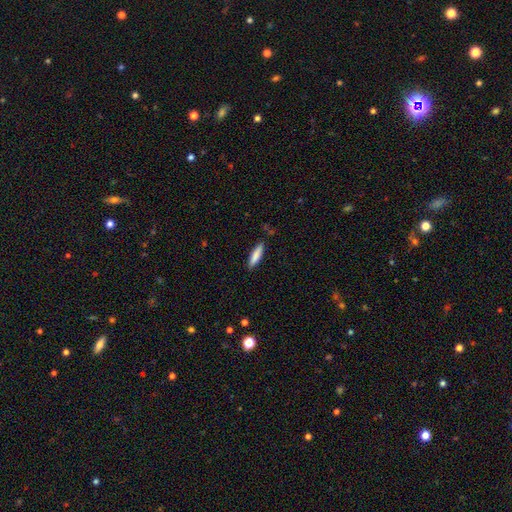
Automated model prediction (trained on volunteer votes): Smooth or featured? Predicted: smooth (p=0.83). How rounded? Predicted: cigar-shaped (p=0.76). Merging? Predicted: none (p=0.86).